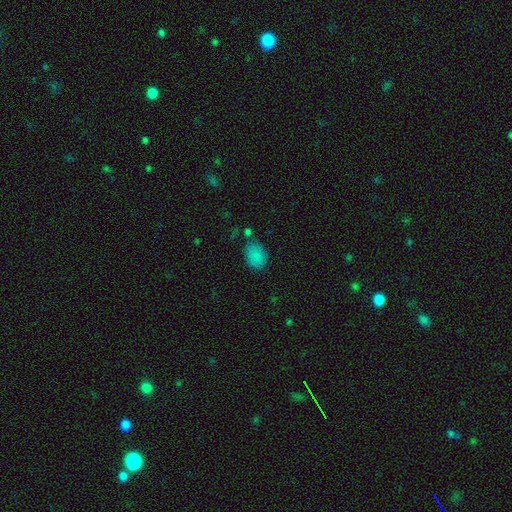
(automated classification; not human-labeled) Smooth or featured: smooth — 84% (star or artifact — 11%)
How rounded: in between — 74% (round — 25%)
Merging: none — 66% (minor disturbance — 19%)